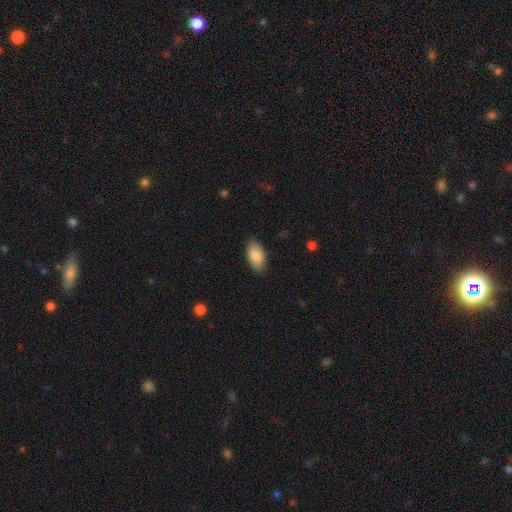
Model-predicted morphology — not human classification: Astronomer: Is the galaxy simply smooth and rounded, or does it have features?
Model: smooth — 86%.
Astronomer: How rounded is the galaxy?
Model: in between — 94%.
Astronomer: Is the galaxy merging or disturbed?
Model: none — 85%.